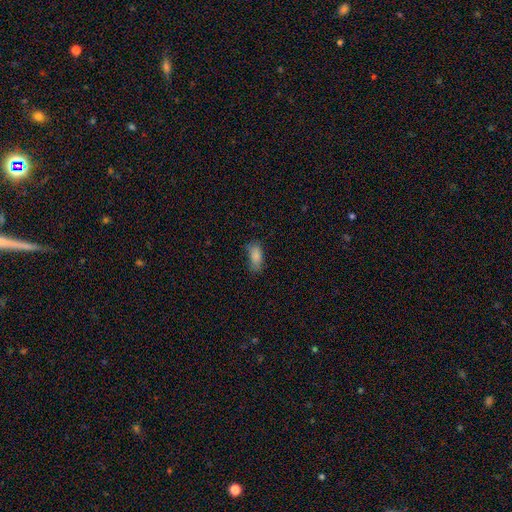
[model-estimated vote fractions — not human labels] A smooth galaxy with no disk features (84%) that is in between round and cigar-shaped (88%). Merging: none (62%).